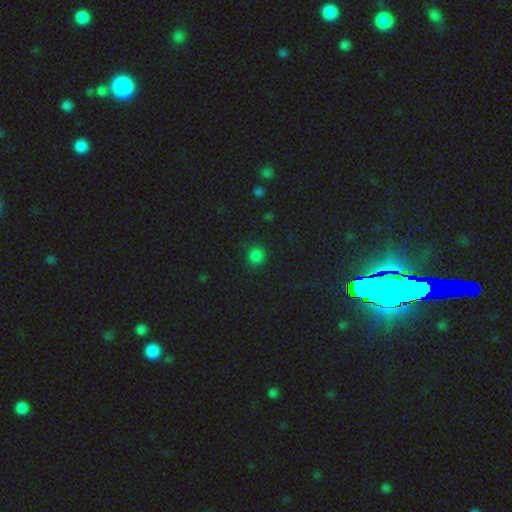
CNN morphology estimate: smooth 79%, star or artifact 17%, featured or disk 4%. Down the decision tree: how rounded — round (90%); merging — none (86%).